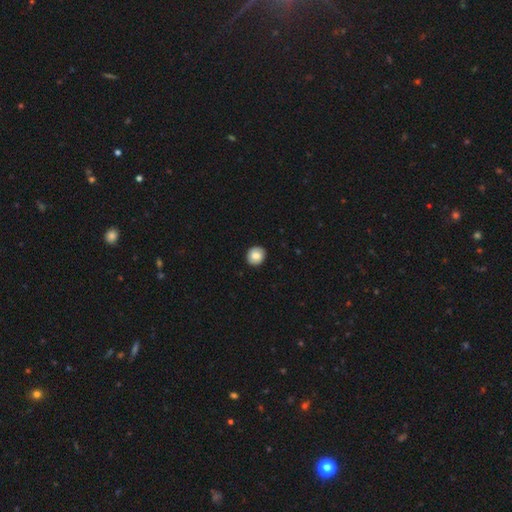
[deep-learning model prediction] Smooth or featured? smooth (83%)
How rounded? round (84%)
Merging? none (91%)